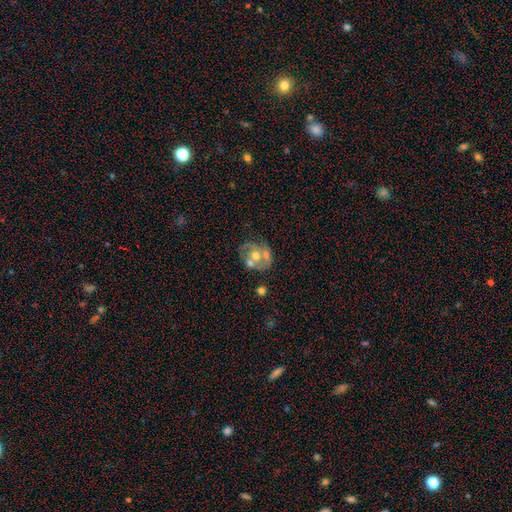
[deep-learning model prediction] smooth-or-featured: featured or disk: 63% | smooth: 28% | star or artifact: 9%
  disk-edge-on: no: 97% | yes: 3%
    bar: no: 80% | weak: 15% | strong: 4%
    has-spiral-arms: no: 60% | yes: 40%
    bulge-size: moderate: 69% | small: 17% | large: 9% | none: 4% | dominant: 1%
  merging: none: 38% | merger: 36% | minor disturbance: 15% | major disturbance: 11%